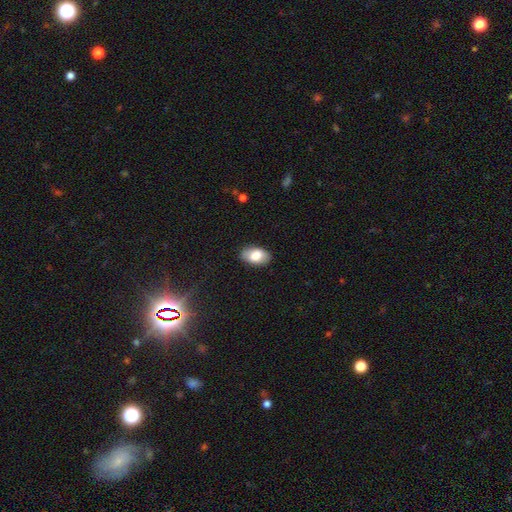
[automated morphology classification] Overall: smooth (77%). How rounded: in between (93%). Merging: none (87%).